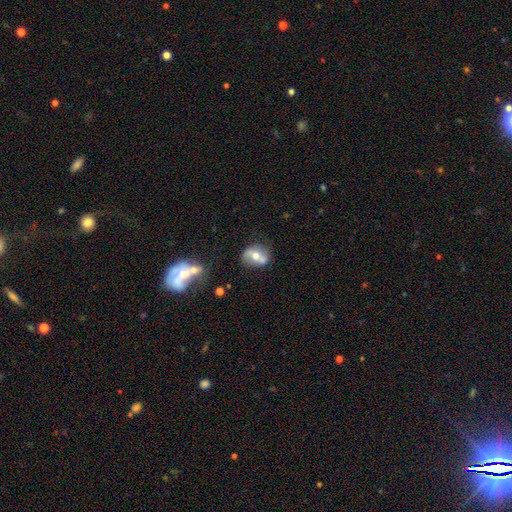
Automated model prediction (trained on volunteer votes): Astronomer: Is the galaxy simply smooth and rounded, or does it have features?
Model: featured or disk — 49% (runner-up: smooth, 41%).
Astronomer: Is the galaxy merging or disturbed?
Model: none — 58%.